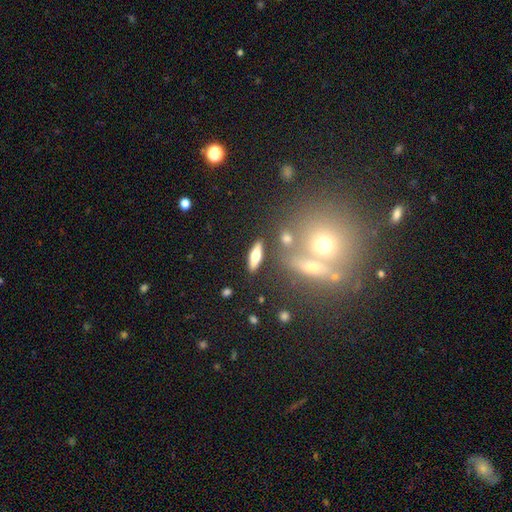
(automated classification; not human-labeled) A smooth galaxy with no disk features (56%) that is in between round and cigar-shaped (49%). Merging: none (80%).